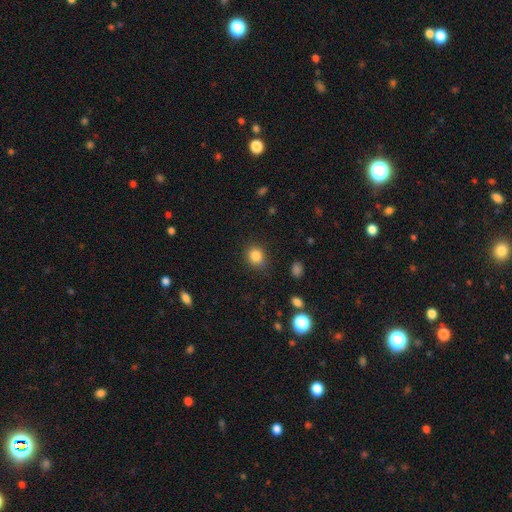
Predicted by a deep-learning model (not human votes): A smooth galaxy with no disk features (84%) that is round (74%). Merging: none (83%).